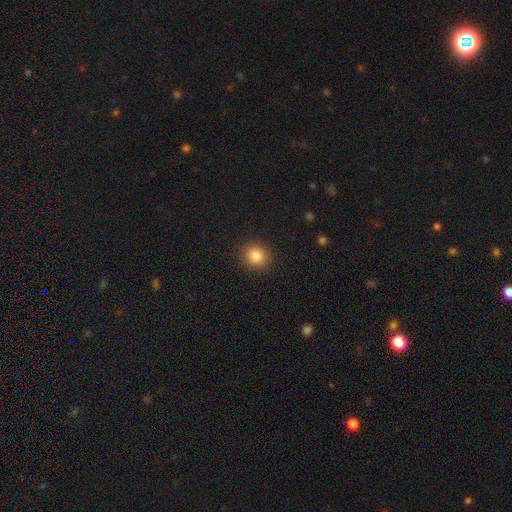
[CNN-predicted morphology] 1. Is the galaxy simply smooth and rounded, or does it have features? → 84% smooth, 10% star or artifact, 5% featured or disk.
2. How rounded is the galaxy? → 82% round, 17% in between, 1% cigar-shaped.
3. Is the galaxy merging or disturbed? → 91% none, 6% minor disturbance, 2% major disturbance, 1% merger.